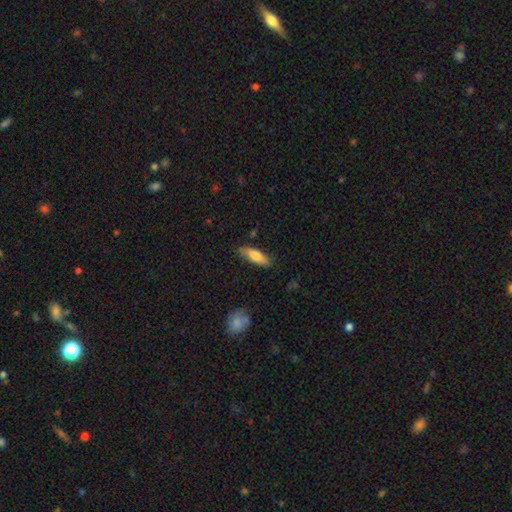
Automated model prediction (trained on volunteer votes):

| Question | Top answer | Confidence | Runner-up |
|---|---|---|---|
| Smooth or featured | smooth | 77% | featured or disk (17%) |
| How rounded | cigar-shaped | 51% | in between (47%) |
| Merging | none | 82% | minor disturbance (14%) |